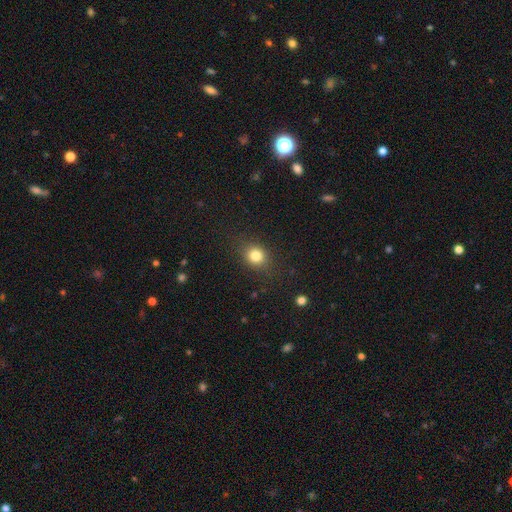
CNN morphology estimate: This is clearly a smooth galaxy (81%). How rounded: likely round (70%). Merging: clearly none (84%).